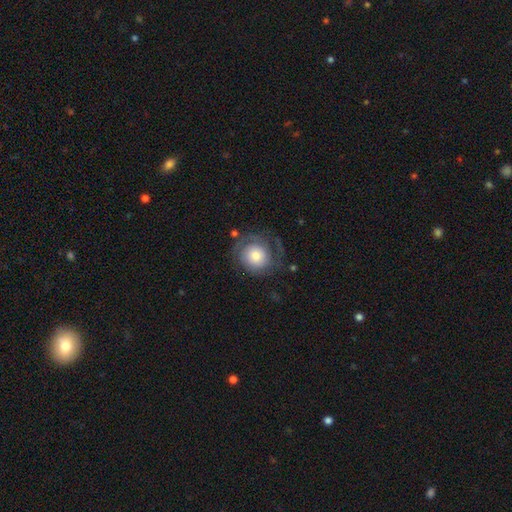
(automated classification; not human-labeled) Smooth or featured?
  - featured or disk: 55% *
  - smooth: 38%
  - star or artifact: 7%
Edge-on disk?
  - no: 97% *
  - yes: 3%
Bar?
  - no: 84% *
  - weak: 13%
  - strong: 3%
Spiral arms?
  - yes: 82% *
  - no: 18%
Bulge size?
  - moderate: 46% *
  - small: 29%
  - large: 19%
  - dominant: 5%
  - none: 2%
Merging?
  - none: 63% *
  - minor disturbance: 19%
  - major disturbance: 16%
  - merger: 2%